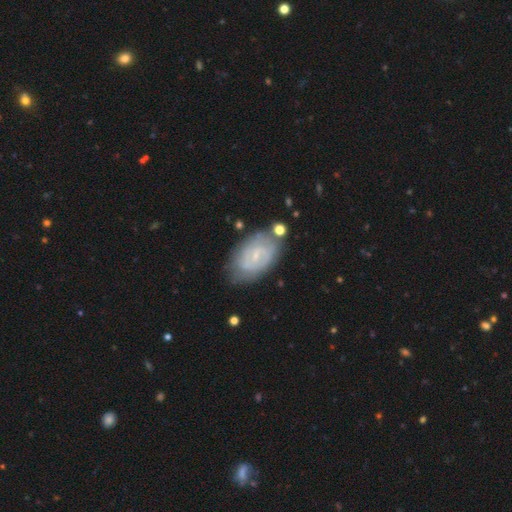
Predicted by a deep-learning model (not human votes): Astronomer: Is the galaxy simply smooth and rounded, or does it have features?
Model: featured or disk — 74%.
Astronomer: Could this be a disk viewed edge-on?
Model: no — 96%.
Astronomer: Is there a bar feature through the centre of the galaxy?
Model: weak — 54% (runner-up: no, 33%).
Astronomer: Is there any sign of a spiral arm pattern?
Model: yes — 88%.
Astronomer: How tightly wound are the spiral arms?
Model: tight — 50% (runner-up: medium, 37%).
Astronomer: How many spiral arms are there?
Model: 2 — 61%.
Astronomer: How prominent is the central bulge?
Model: small — 72%.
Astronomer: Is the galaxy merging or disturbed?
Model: none — 71%.